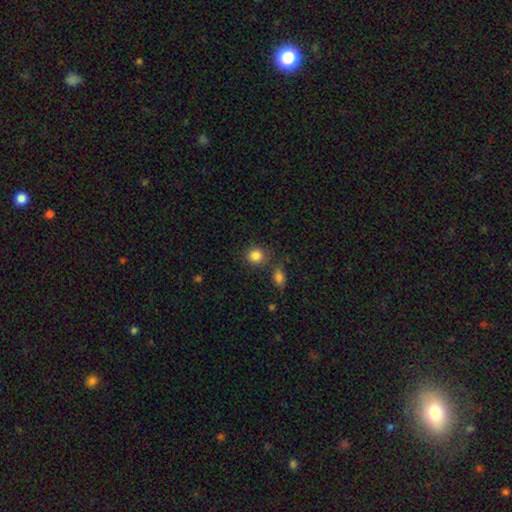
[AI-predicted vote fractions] smooth_or_featured: smooth (p=0.85) [alt: star or artifact p=0.10]
how_rounded: round (p=0.85) [alt: in between p=0.14]
merging: none (p=0.80) [alt: minor disturbance p=0.09]